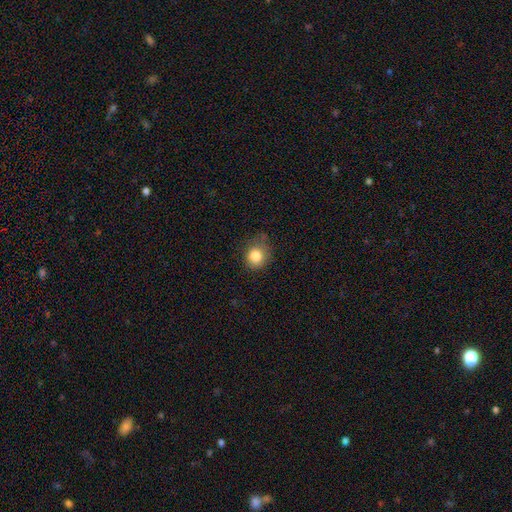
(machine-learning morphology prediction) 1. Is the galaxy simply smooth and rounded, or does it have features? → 83% smooth, 10% star or artifact, 7% featured or disk.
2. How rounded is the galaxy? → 75% round, 24% in between, 1% cigar-shaped.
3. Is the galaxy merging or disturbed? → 62% none, 28% minor disturbance, 8% major disturbance, 2% merger.